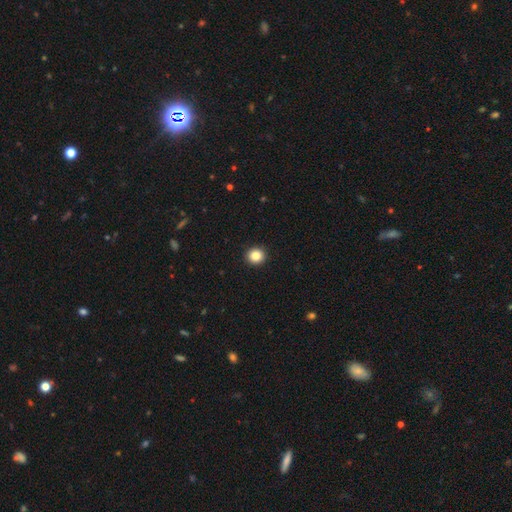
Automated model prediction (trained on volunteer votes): This appears to be a smooth galaxy with no disk features (86%) that is round (93%). Merging: none (93%).